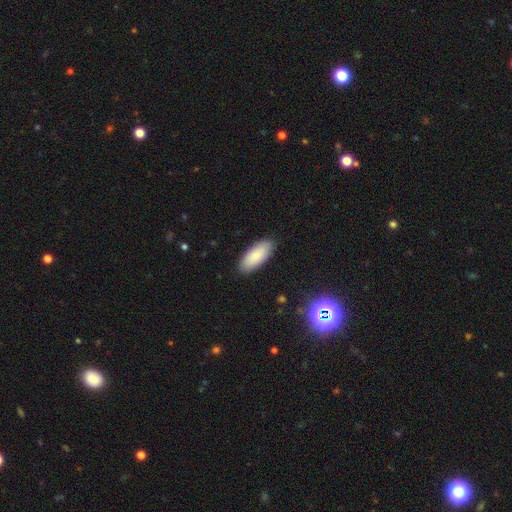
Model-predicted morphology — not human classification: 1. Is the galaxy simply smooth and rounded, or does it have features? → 86% smooth, 8% featured or disk, 6% star or artifact.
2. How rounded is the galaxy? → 85% in between, 13% cigar-shaped, 2% round.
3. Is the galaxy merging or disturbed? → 88% none, 9% minor disturbance, 2% major disturbance, 1% merger.